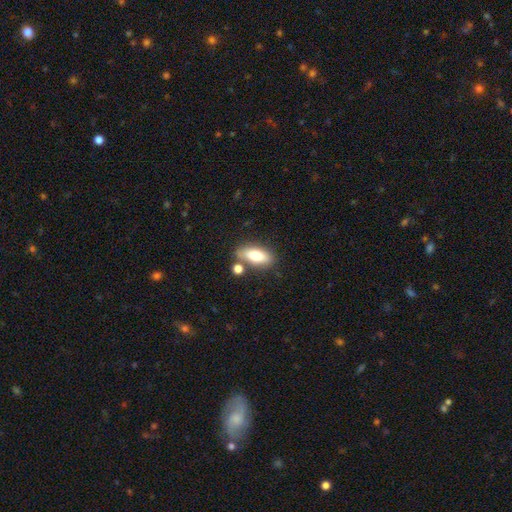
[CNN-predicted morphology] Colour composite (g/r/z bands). It shows a smooth galaxy with no disk features (75%) that is in between round and cigar-shaped (81%). Merging: none (71%).